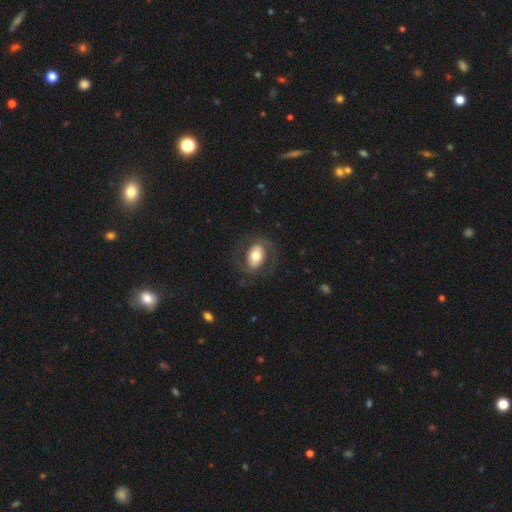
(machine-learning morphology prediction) smooth_or_featured: featured or disk (p=0.51) [alt: smooth p=0.43]
disk_edge_on: no (p=0.94) [alt: yes p=0.06]
merging: none (p=0.72) [alt: minor disturbance p=0.14]